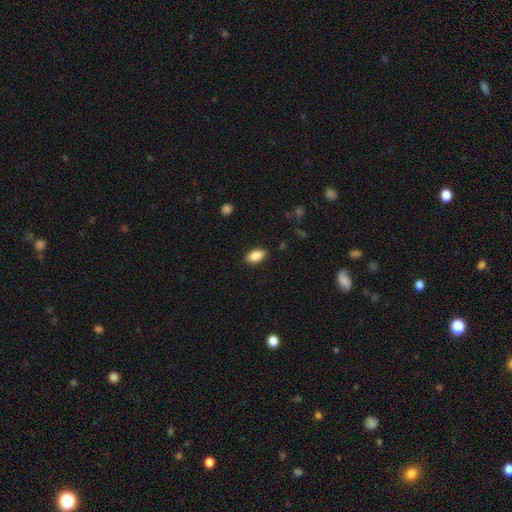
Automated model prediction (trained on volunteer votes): Q: Smooth or featured?
A: smooth (86%); runner-up: star or artifact (7%)
Q: How rounded?
A: in between (91%); runner-up: cigar-shaped (5%)
Q: Merging?
A: none (87%); runner-up: minor disturbance (10%)